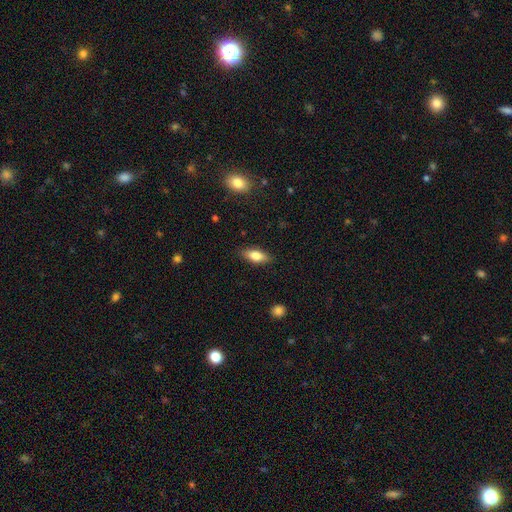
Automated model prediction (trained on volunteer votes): Overall: smooth (75%). How rounded: in between (76%). Merging: none (86%).